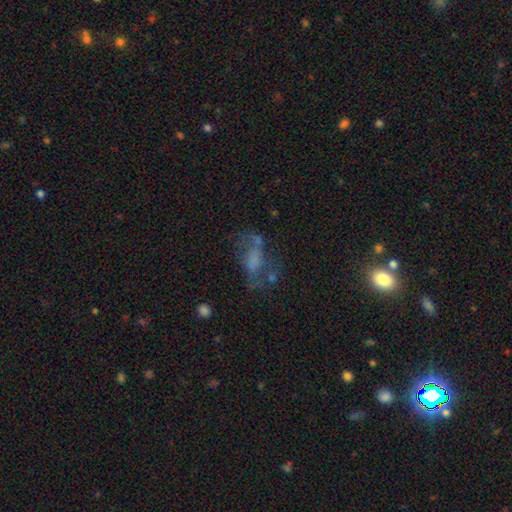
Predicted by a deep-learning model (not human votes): smooth-or-featured: featured or disk: 46% | smooth: 32% | star or artifact: 22%
  merging: none: 44% | major disturbance: 30% | minor disturbance: 19% | merger: 8%